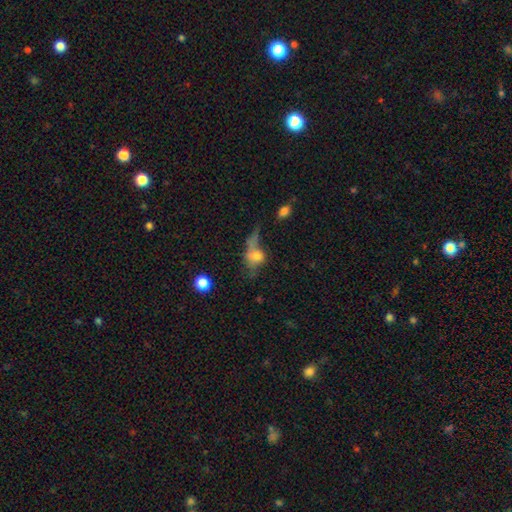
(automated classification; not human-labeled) smooth_or_featured: smooth (p=0.58) [alt: featured or disk p=0.27]
how_rounded: in between (p=0.57) [alt: round p=0.35]
merging: major disturbance (p=0.33) [alt: none p=0.26]